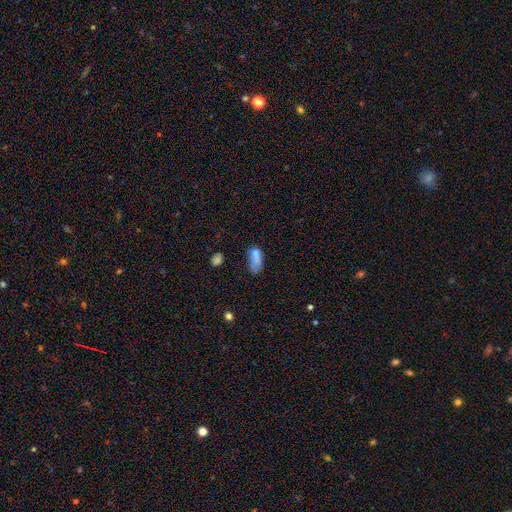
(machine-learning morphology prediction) A smooth galaxy with no disk features (68%) that is in between round and cigar-shaped (83%).

Vote fractions:
- Smooth or featured? smooth: 68% / featured or disk: 19% / star or artifact: 13%
- How rounded? in between: 83% / cigar-shaped: 9% / round: 8%
- Merging? major disturbance: 32% / none: 25% / minor disturbance: 25% / merger: 18%